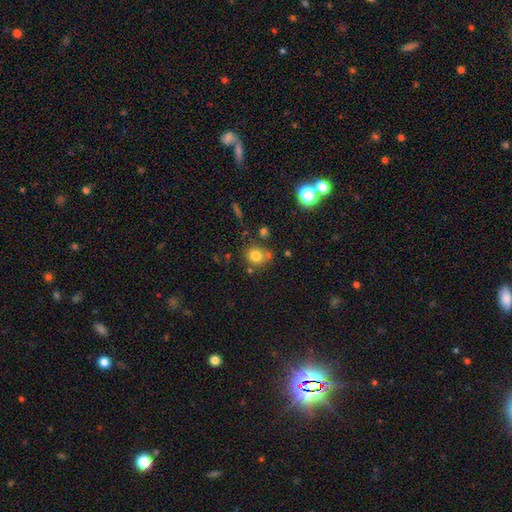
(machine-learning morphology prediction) This appears to be a smooth galaxy with no disk features (78%) that is round (78%). Merging: none (69%).